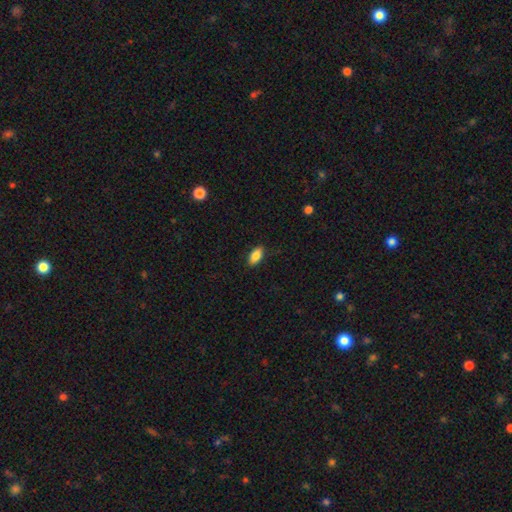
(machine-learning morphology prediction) smooth_or_featured: smooth (p=0.85) [alt: featured or disk p=0.08]
how_rounded: in between (p=0.89) [alt: cigar-shaped p=0.08]
merging: none (p=0.86) [alt: minor disturbance p=0.10]